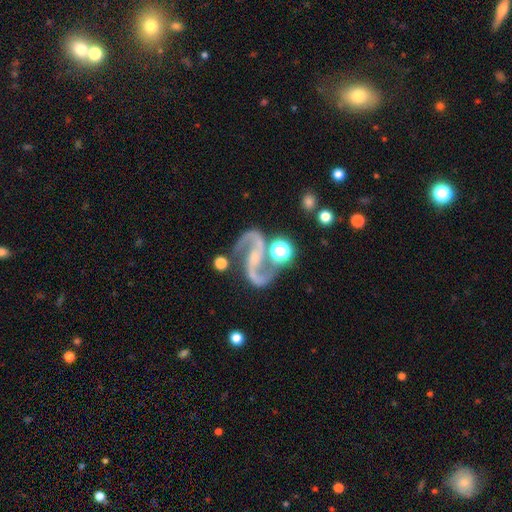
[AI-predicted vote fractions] A featured or disk galaxy (92%) with a weak bar (36%), 2 (95%) medium (50%) spiral arms (98%) and a small central bulge (59%). Merging: none (69%).